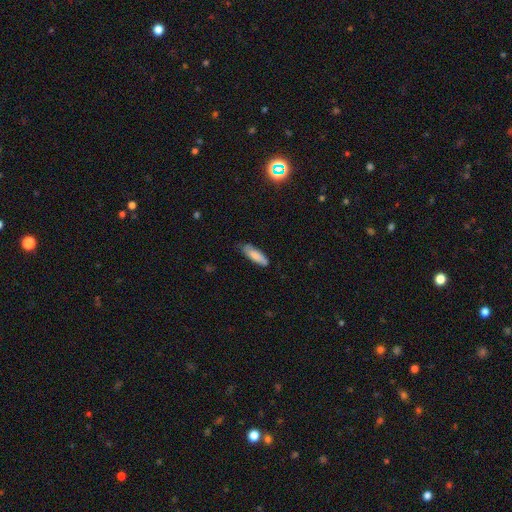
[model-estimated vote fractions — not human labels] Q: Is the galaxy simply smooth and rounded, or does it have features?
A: smooth — 82%.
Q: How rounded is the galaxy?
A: cigar-shaped — 51%.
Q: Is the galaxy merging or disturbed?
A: none — 72%.